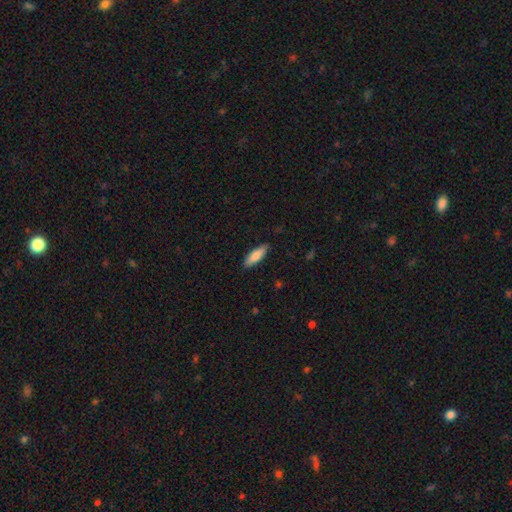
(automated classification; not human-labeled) Smooth or featured? Predicted: smooth (p=0.83). How rounded? Predicted: in between (p=0.50). Merging? Predicted: none (p=0.88).